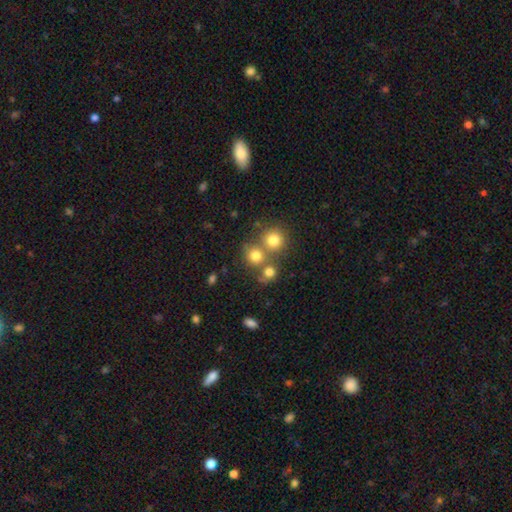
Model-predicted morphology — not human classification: Overall: smooth (76%). How rounded: round (86%). Merging: none (54%; merger 33%).